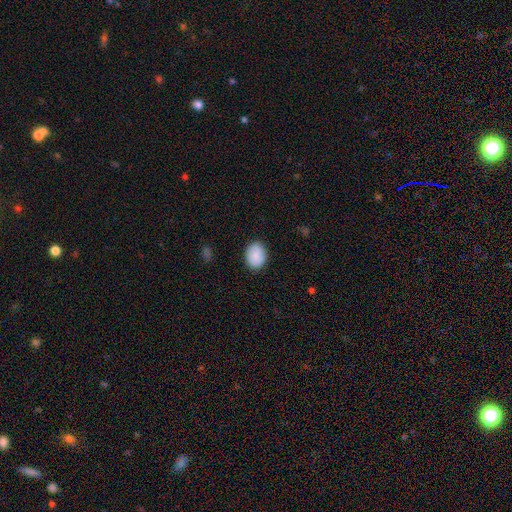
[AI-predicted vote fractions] Q: Smooth or featured?
A: smooth (88%); runner-up: star or artifact (7%)
Q: How rounded?
A: in between (63%); runner-up: round (36%)
Q: Merging?
A: none (86%); runner-up: minor disturbance (10%)